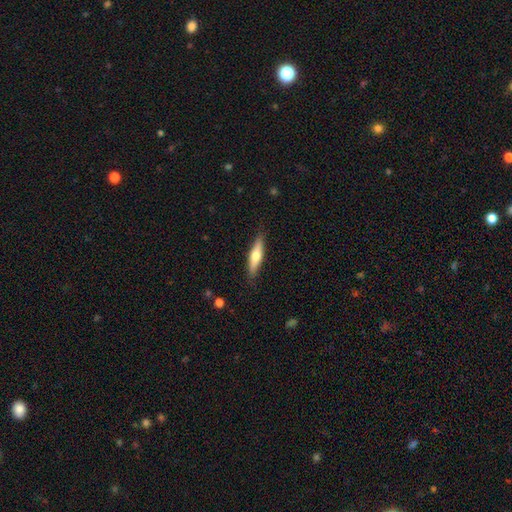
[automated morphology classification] type=smooth (56%); roundness=cigar-shaped (74%); merging=none (85%).